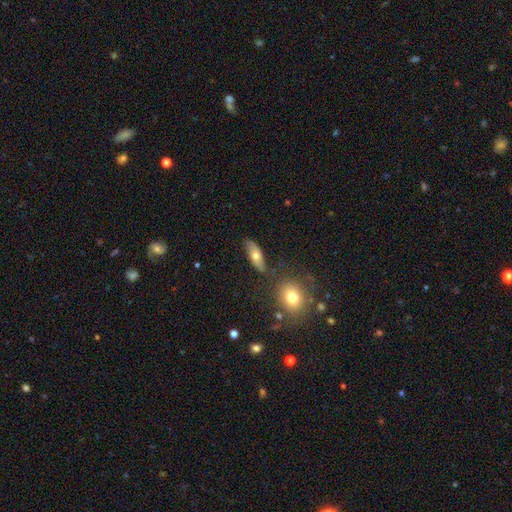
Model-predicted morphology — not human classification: smooth 66%, featured or disk 26%, star or artifact 8%. Down the decision tree: how rounded — in between (74%); merging — none (75%).